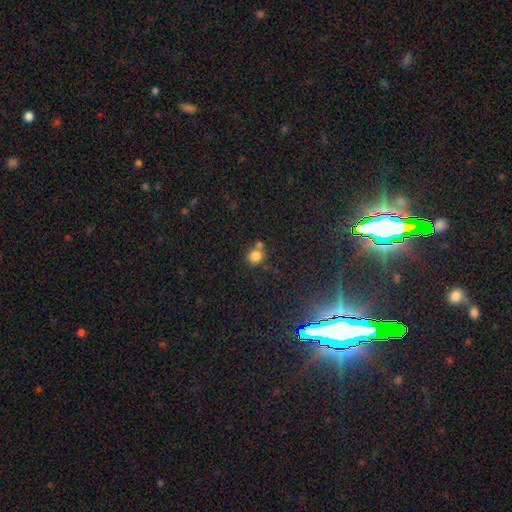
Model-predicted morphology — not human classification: smooth 80%, star or artifact 13%, featured or disk 7%. Down the decision tree: how rounded — round (85%); merging — none (53%).